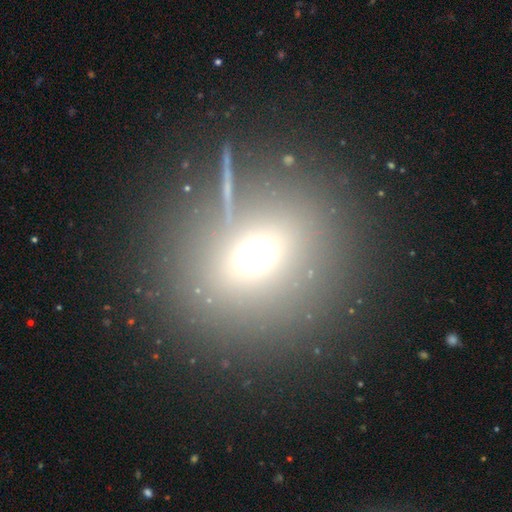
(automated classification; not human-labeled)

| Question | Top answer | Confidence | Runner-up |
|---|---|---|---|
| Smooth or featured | smooth | 55% | star or artifact (31%) |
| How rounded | round | 79% | in between (19%) |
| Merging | none | 80% | minor disturbance (8%) |